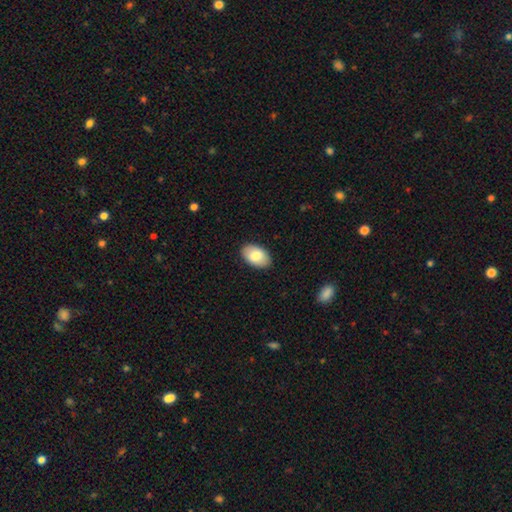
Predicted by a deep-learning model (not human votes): Smooth or featured? smooth (81%)
How rounded? in between (93%)
Merging? none (89%)